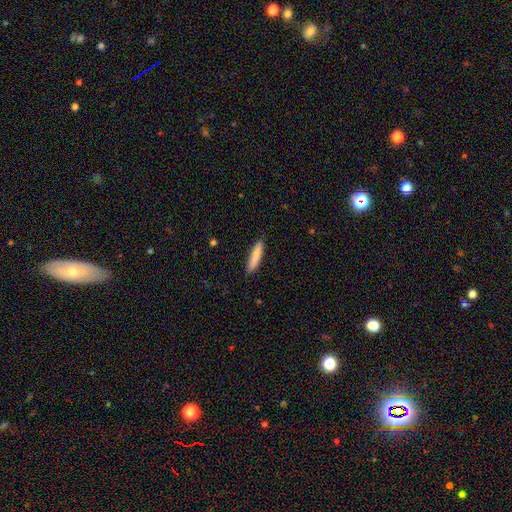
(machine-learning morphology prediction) The model was most divided on "how rounded": cigar-shaped: 82%, in between: 16%, round: 1%. More confident: merging — none (86%); smooth or featured — smooth (83%).